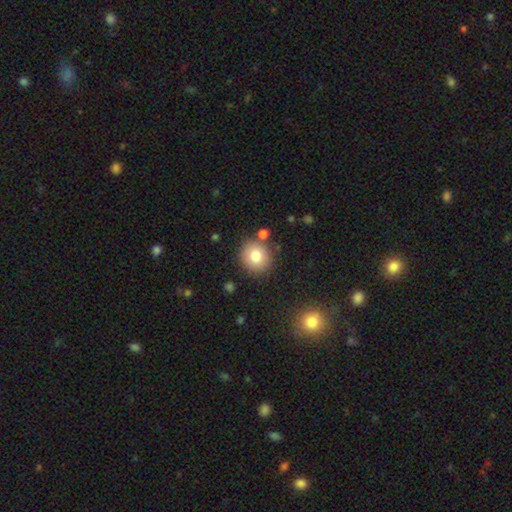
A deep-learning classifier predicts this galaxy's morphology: Smooth or featured: smooth — 79% (star or artifact — 11%)
How rounded: round — 84% (in between — 15%)
Merging: none — 82% (minor disturbance — 9%)